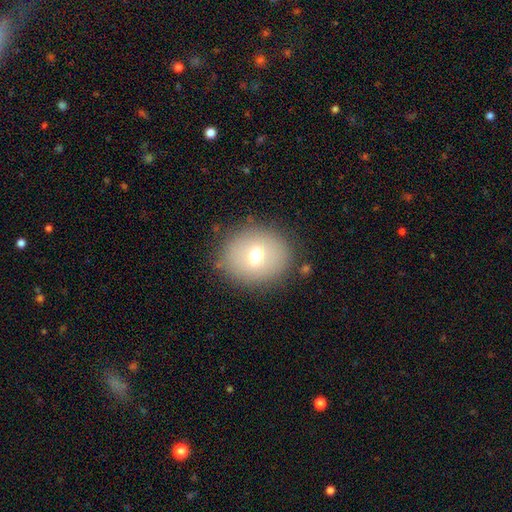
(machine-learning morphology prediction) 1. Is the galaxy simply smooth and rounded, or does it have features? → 63% smooth, 25% featured or disk, 12% star or artifact.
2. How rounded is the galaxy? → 76% round, 23% in between, 1% cigar-shaped.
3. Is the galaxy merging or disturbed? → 83% none, 11% minor disturbance, 5% major disturbance, 2% merger.